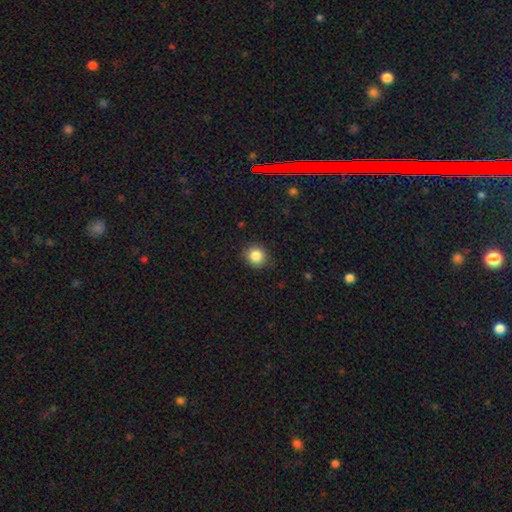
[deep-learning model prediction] smooth_or_featured: smooth (p=0.85) [alt: star or artifact p=0.10]
how_rounded: round (p=0.82) [alt: in between p=0.18]
merging: none (p=0.86) [alt: minor disturbance p=0.11]